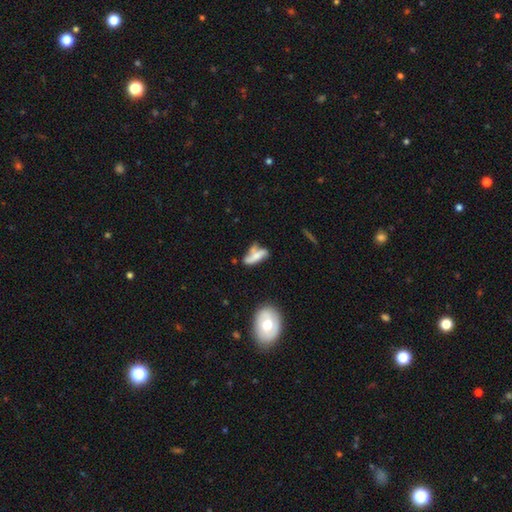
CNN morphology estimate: Smooth or featured? Predicted: smooth (p=0.50). Merging? Predicted: none (p=0.37).